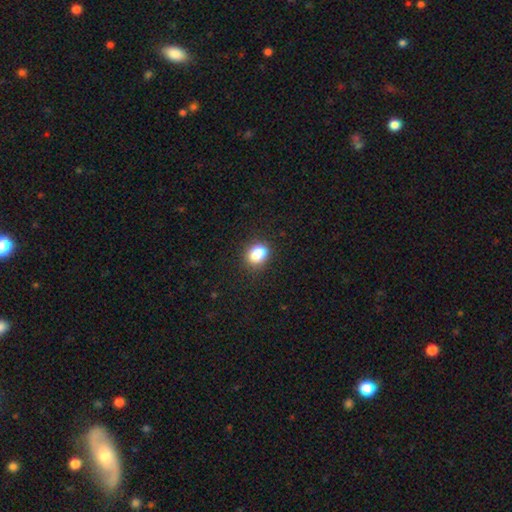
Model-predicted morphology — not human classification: A smooth galaxy with no disk features (82%) that is in between round and cigar-shaped (61%).

Vote fractions:
- Smooth or featured? smooth: 82% / star or artifact: 11% / featured or disk: 7%
- How rounded? in between: 61% / round: 37% / cigar-shaped: 2%
- Merging? none: 69% / minor disturbance: 17% / merger: 8% / major disturbance: 5%